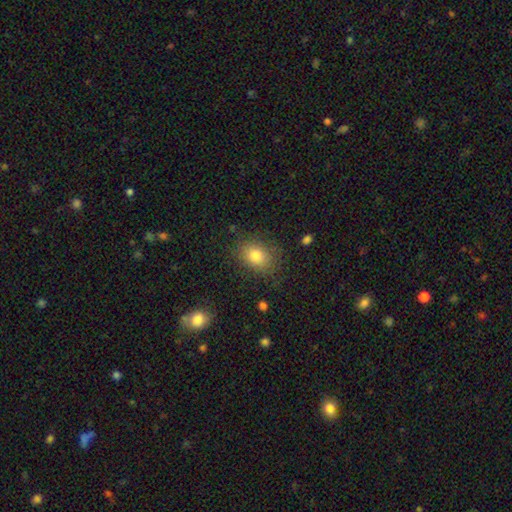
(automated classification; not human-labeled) smooth-or-featured: smooth: 81% | star or artifact: 10% | featured or disk: 8%
  how-rounded: in between: 61% | round: 38% | cigar-shaped: 1%
  merging: none: 81% | minor disturbance: 13% | major disturbance: 4% | merger: 2%